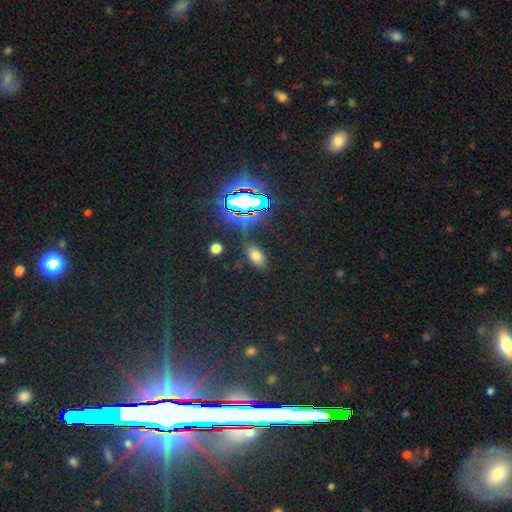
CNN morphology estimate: A smooth galaxy with no disk features (63%) that is in between round and cigar-shaped (88%). Merging: none (84%).